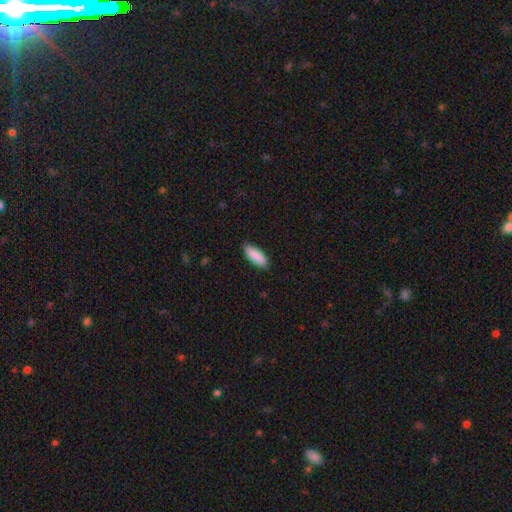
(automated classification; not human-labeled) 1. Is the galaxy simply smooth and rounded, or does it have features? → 89% smooth, 6% star or artifact, 5% featured or disk.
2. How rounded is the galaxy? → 72% in between, 26% cigar-shaped, 2% round.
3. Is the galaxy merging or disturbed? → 86% none, 11% minor disturbance, 2% major disturbance, 1% merger.